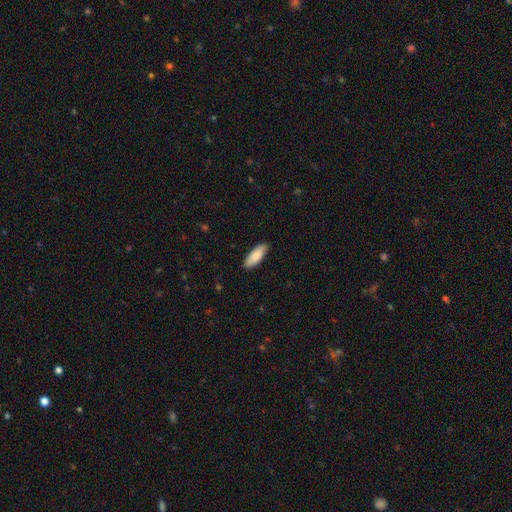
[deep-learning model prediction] The model was most divided on "how rounded": in between: 73%, cigar-shaped: 25%, round: 2%. More confident: merging — none (88%); smooth or featured — smooth (87%).